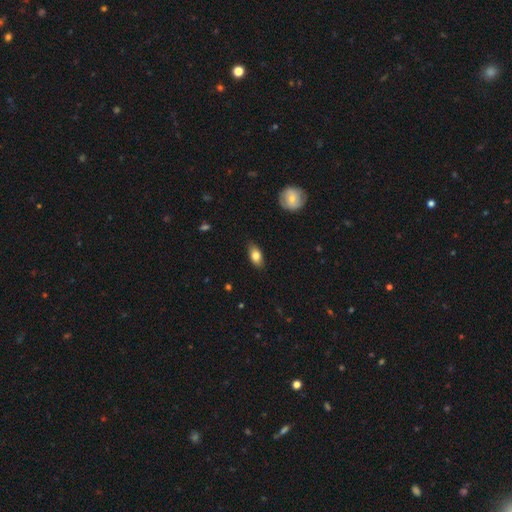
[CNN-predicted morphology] Smooth or featured: smooth — 77% (featured or disk — 15%)
How rounded: in between — 87% (cigar-shaped — 7%)
Merging: none — 82% (minor disturbance — 14%)